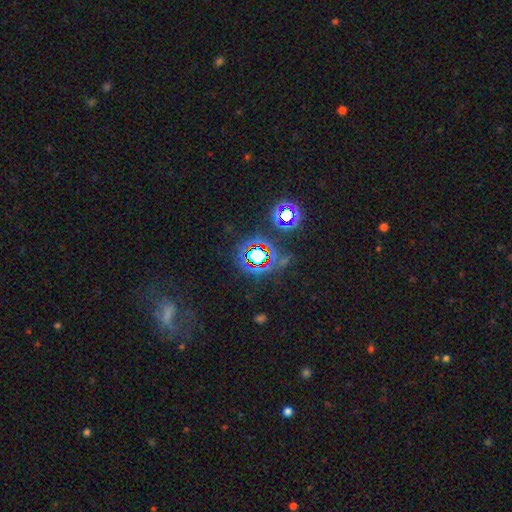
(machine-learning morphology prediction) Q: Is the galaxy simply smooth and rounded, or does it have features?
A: star or artifact — 75%.